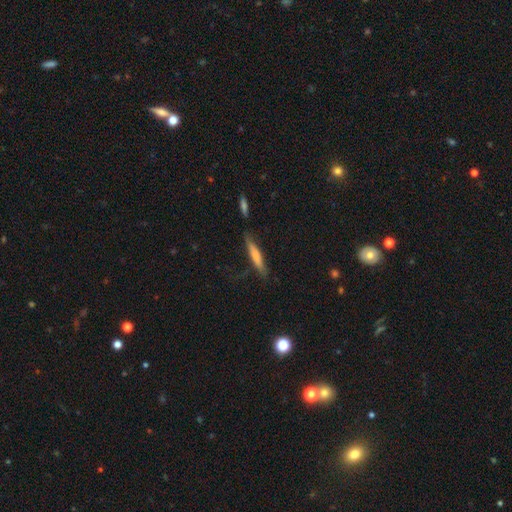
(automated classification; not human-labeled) Overall: smooth (65%; featured or disk 28%). How rounded: cigar-shaped (89%). Merging: none (70%).